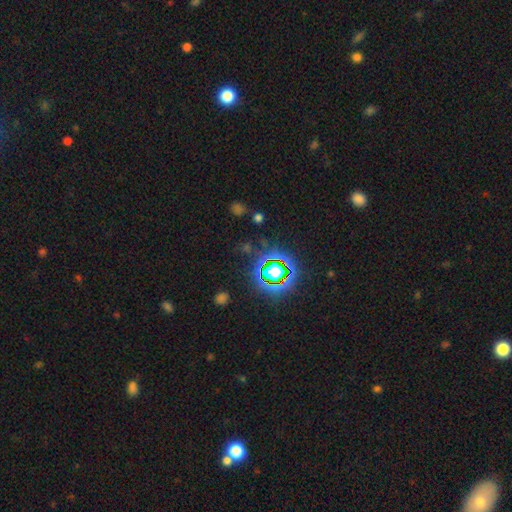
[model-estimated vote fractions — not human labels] Q: Smooth or featured?
A: star or artifact (76%); runner-up: smooth (15%)